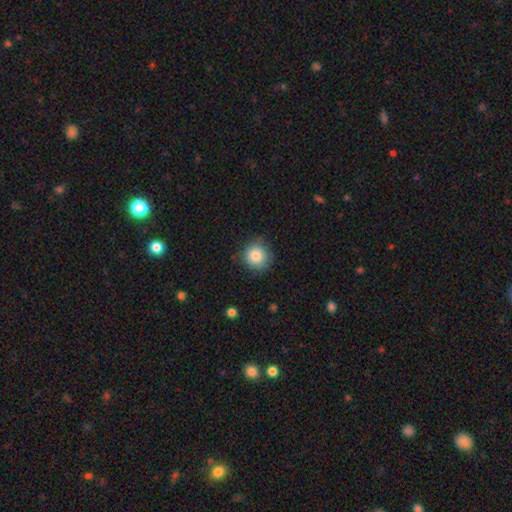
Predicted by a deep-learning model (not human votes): The model was most divided on "merging": none: 81%, minor disturbance: 15%, major disturbance: 3%, merger: 1%. More confident: how rounded — round (93%); smooth or featured — smooth (82%).